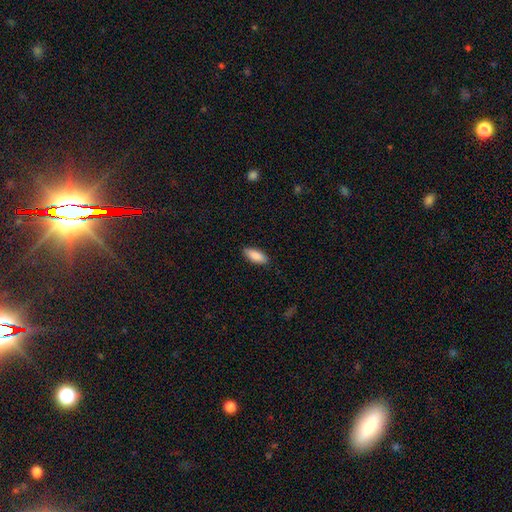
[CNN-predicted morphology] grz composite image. It shows a smooth galaxy with no disk features (88%) that is in between round and cigar-shaped (76%). Merging: none (88%).